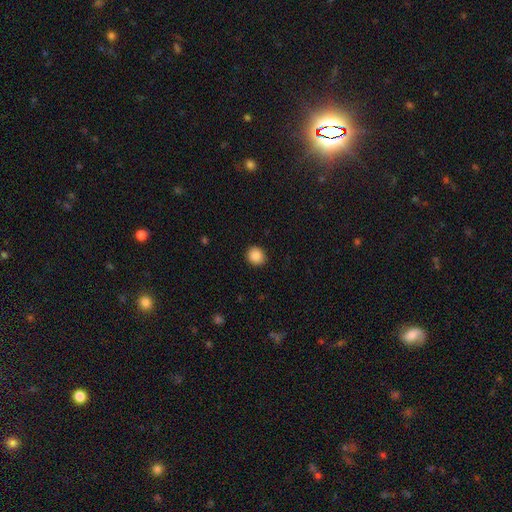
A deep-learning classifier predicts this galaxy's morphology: A smooth galaxy with no disk features (88%) that is round (83%).

Vote fractions:
- Smooth or featured? smooth: 88% / star or artifact: 9% / featured or disk: 3%
- How rounded? round: 83% / in between: 17% / cigar-shaped: 1%
- Merging? none: 90% / minor disturbance: 7% / major disturbance: 2% / merger: 1%